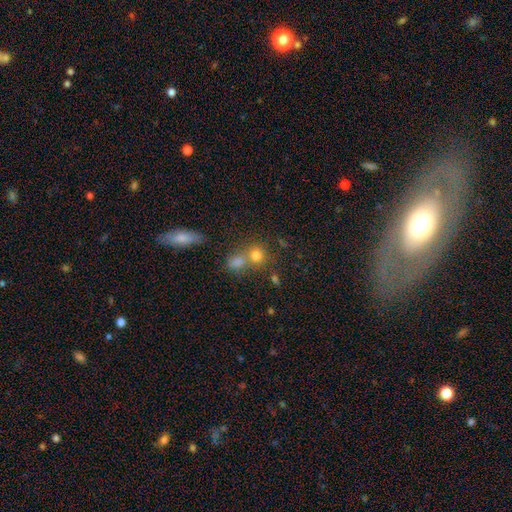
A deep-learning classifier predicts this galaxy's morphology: Q: Smooth or featured?
A: smooth (73%); runner-up: star or artifact (16%)
Q: How rounded?
A: round (78%); runner-up: in between (20%)
Q: Merging?
A: none (48%); runner-up: merger (40%)